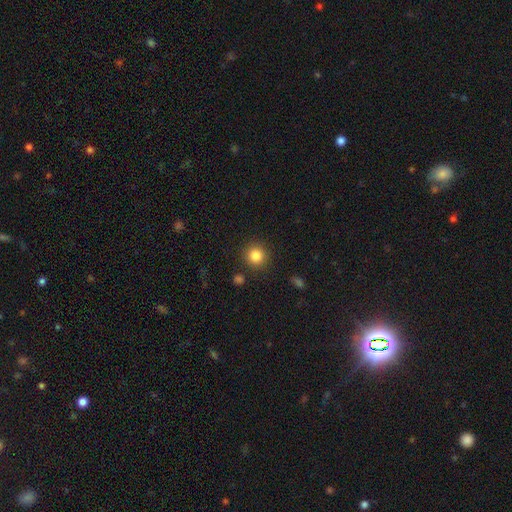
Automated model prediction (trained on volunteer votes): This appears to be a smooth galaxy with no disk features (84%) that is round (93%). Merging: none (89%).